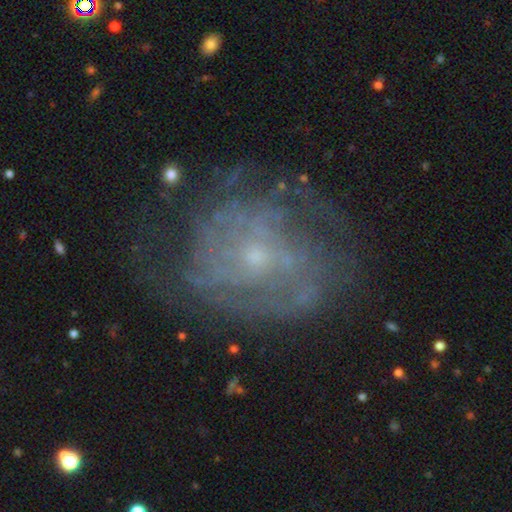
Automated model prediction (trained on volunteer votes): smooth-or-featured: featured or disk: 75% | smooth: 15% | star or artifact: 11%
  disk-edge-on: no: 97% | yes: 3%
    bar: no: 76% | weak: 20% | strong: 4%
    has-spiral-arms: yes: 72% | no: 28%
      spiral-winding: tight: 50% | medium: 35% | loose: 16%
      spiral-arm-count: can't tell: 50% | 2: 20% | 3: 11% | 4: 7% | 1: 5% | more than 4: 5%
    bulge-size: small: 77% | moderate: 16% | none: 5% | large: 1% | dominant: 1%
  merging: none: 61% | minor disturbance: 21% | major disturbance: 16% | merger: 2%